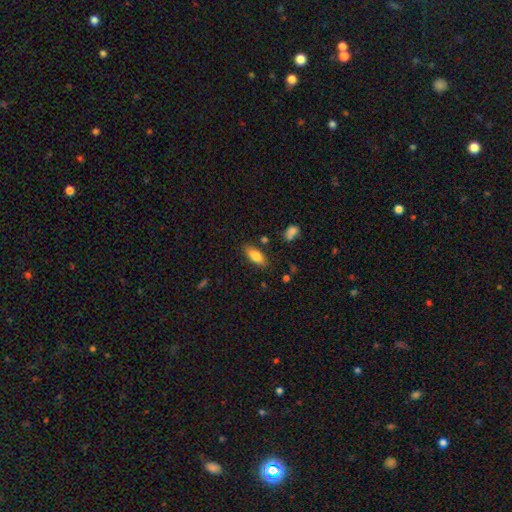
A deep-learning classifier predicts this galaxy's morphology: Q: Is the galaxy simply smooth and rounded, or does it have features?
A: smooth — 79%.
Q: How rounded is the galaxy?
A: in between — 79%.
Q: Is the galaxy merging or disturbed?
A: none — 82%.